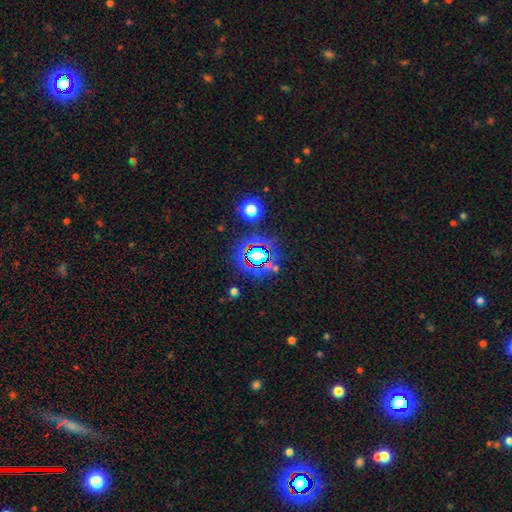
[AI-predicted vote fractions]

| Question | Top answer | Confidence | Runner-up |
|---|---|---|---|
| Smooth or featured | star or artifact | 63% | smooth (24%) |